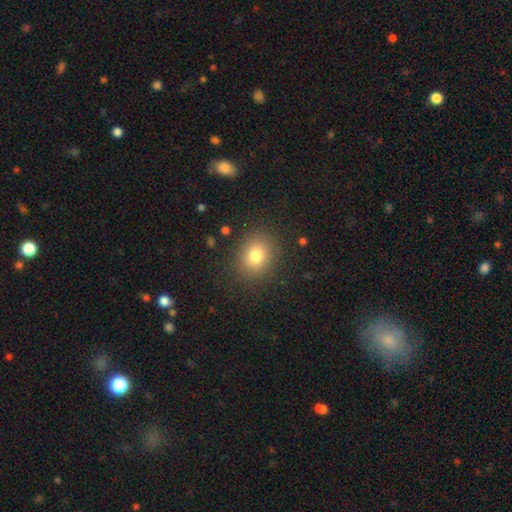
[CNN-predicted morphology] Smooth or featured? Predicted: smooth (p=0.78). How rounded? Predicted: round (p=0.62). Merging? Predicted: none (p=0.86).